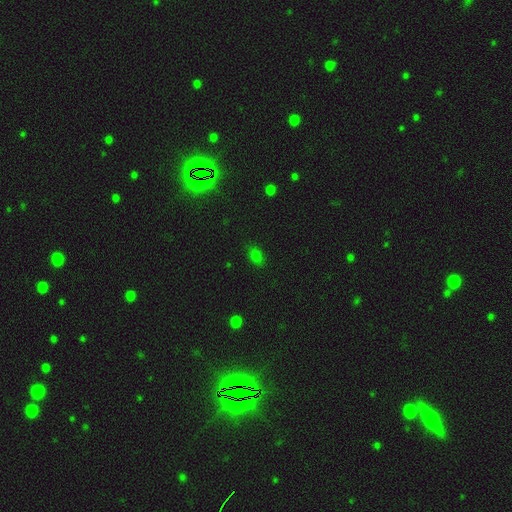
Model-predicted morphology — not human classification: smooth 76%, star or artifact 19%, featured or disk 5%. Down the decision tree: how rounded — in between (82%); merging — none (81%).